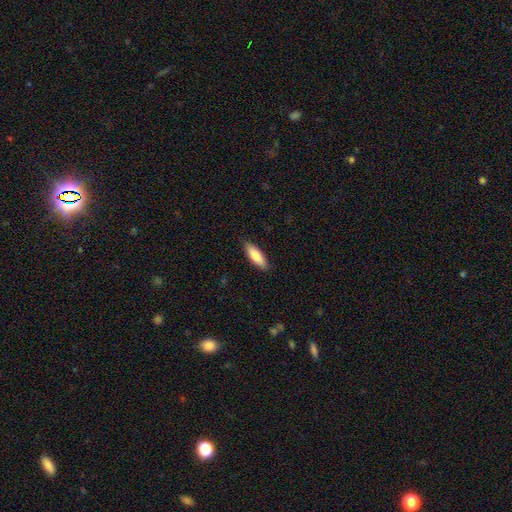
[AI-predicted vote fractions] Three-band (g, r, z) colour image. It shows a smooth galaxy with no disk features (83%) that is in between round and cigar-shaped (55%). Merging: none (87%).